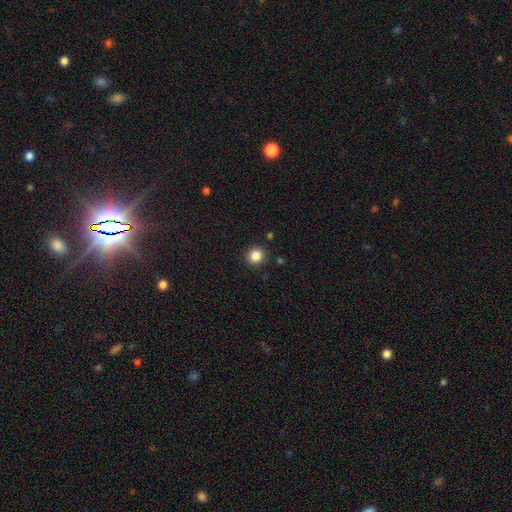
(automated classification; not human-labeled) The model was most divided on "smooth or featured": smooth: 85%, star or artifact: 11%, featured or disk: 4%. More confident: how rounded — round (91%); merging — none (91%).